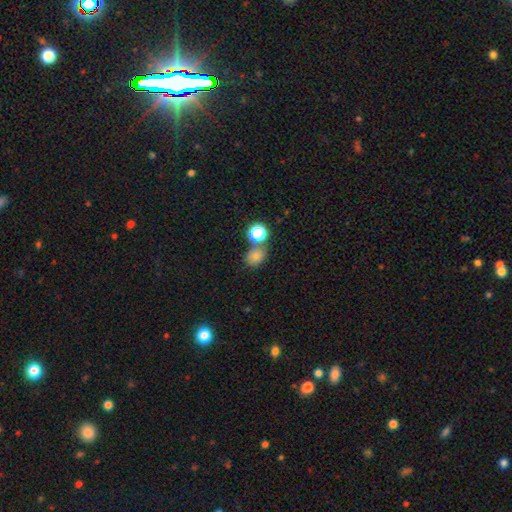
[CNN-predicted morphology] The model was most divided on "how rounded": round: 55%, in between: 44%, cigar-shaped: 1%. More confident: smooth or featured — smooth (77%); merging — none (63%).